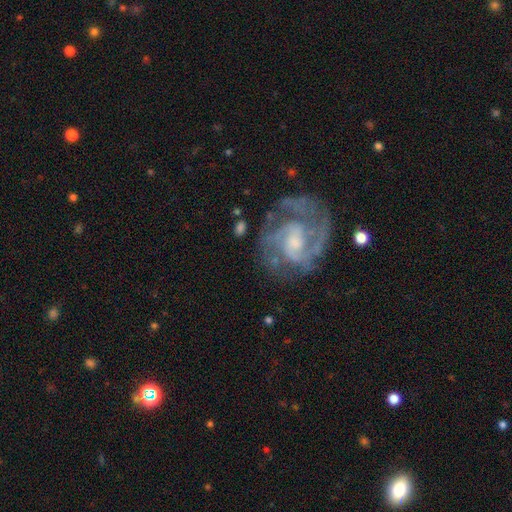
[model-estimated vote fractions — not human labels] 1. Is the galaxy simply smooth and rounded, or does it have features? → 86% featured or disk, 8% smooth, 7% star or artifact.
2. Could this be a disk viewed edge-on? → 98% no, 2% yes.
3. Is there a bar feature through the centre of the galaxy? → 48% no, 42% weak, 10% strong.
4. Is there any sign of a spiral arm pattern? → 94% yes, 6% no.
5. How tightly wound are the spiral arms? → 47% medium, 42% tight, 12% loose.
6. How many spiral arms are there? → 46% 2, 22% 3, 18% can't tell, 5% 1, 5% 4, 4% more than 4.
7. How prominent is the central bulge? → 42% moderate, 39% small, 12% none, 6% large, 1% dominant.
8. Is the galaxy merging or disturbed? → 65% none, 18% minor disturbance, 15% major disturbance, 2% merger.